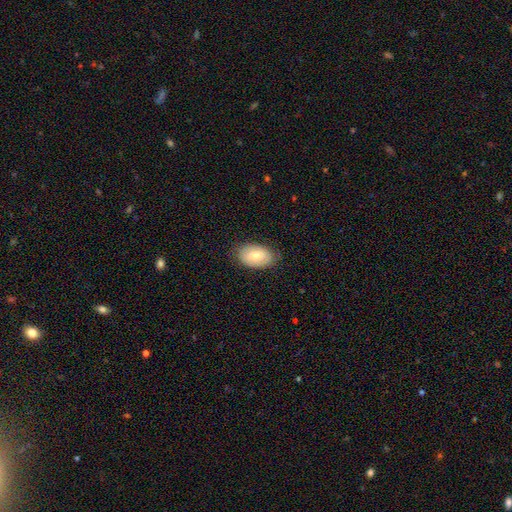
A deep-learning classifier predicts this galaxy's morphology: smooth-or-featured: smooth: 76% | featured or disk: 17% | star or artifact: 6%
  how-rounded: in between: 91% | round: 7% | cigar-shaped: 1%
  merging: none: 81% | minor disturbance: 15% | major disturbance: 3% | merger: 1%